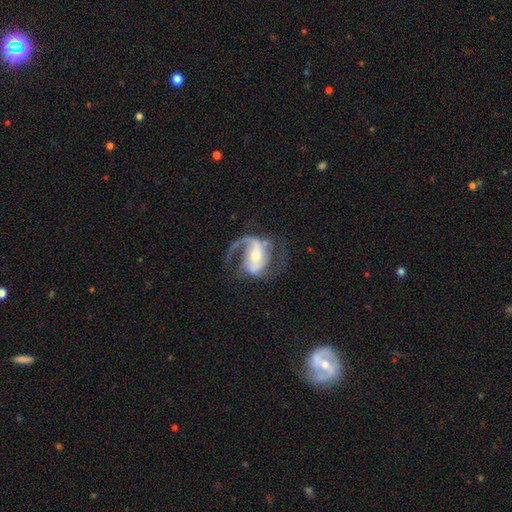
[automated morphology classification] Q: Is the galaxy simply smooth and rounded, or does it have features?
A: featured or disk — 89%.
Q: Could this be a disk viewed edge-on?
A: no — 97%.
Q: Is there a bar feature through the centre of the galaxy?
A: strong — 39%, tied with weak.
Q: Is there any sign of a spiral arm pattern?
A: yes — 96%.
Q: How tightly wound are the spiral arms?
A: medium — 50%.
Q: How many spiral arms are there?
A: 2 — 74%.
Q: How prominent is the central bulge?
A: moderate — 53%.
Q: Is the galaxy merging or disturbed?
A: none — 60%.